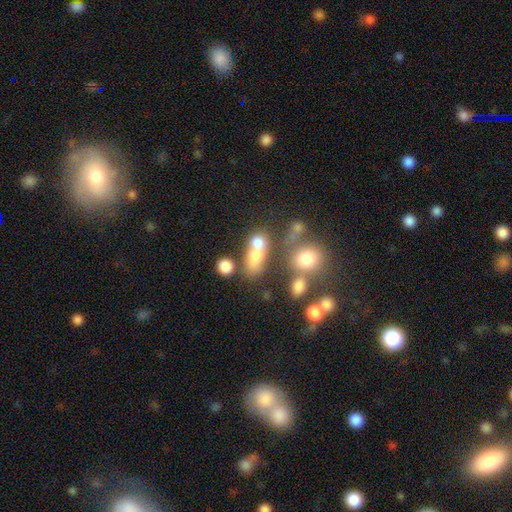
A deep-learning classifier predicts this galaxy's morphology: A smooth galaxy with no disk features (69%) that is in between round and cigar-shaped (55%). Merging: merger (52%).